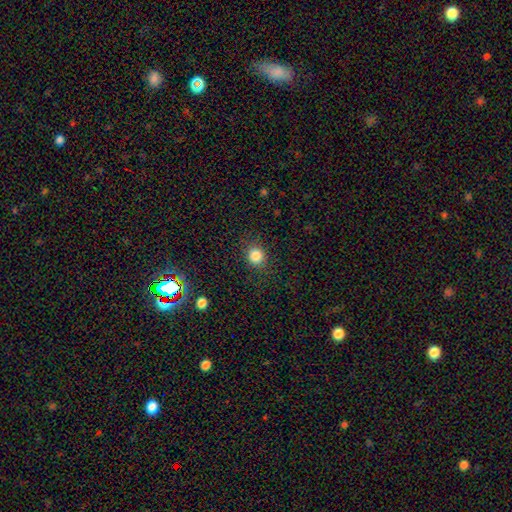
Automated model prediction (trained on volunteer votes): Smooth or featured? smooth (84%)
How rounded? round (80%)
Merging? none (86%)